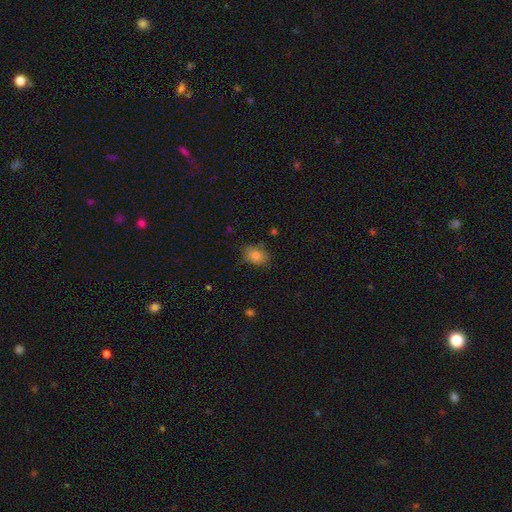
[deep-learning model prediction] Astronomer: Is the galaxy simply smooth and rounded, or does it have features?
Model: smooth — 81%.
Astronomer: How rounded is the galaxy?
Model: in between — 72%.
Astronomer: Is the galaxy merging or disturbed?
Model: none — 74%.